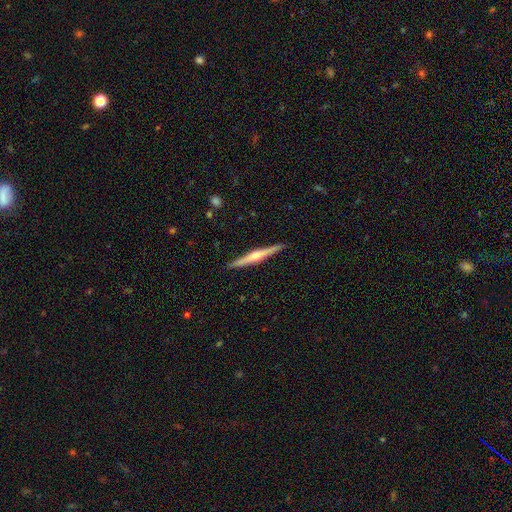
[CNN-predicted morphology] This is likely a featured or disk galaxy (74%). It is clearly viewed edge-on (98%). Edge-on bulge: clearly rounded (89%). Merging: clearly none (92%).